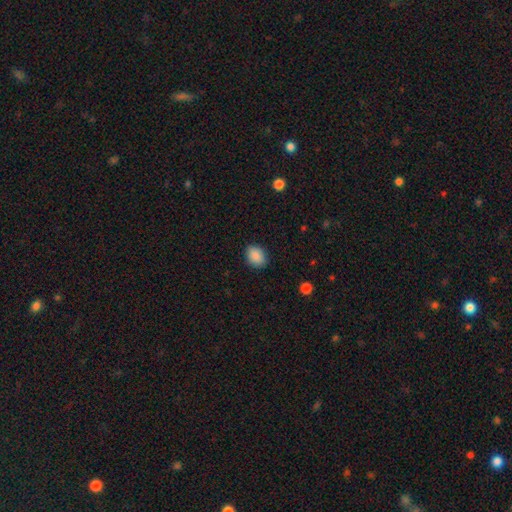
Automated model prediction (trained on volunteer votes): This appears to be a smooth galaxy with no disk features (88%) that is in between round and cigar-shaped (61%). Merging: none (86%).